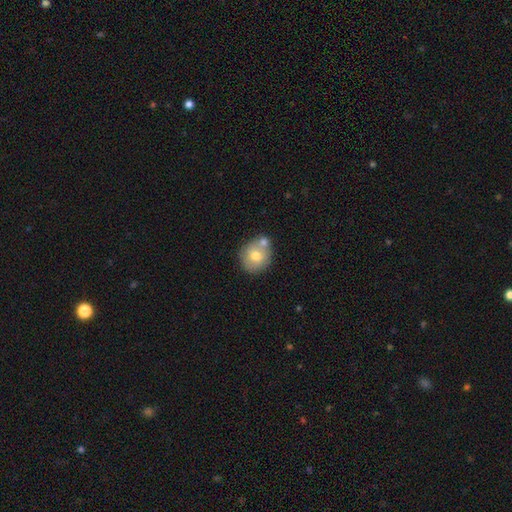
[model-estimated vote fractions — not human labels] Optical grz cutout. It shows a smooth galaxy with no disk features (70%) that is round (83%). Merging: none (51%).